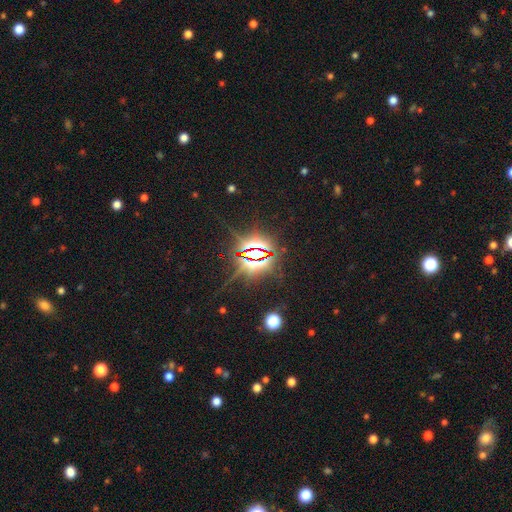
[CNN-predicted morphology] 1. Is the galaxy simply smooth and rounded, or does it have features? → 83% star or artifact, 9% featured or disk, 8% smooth.